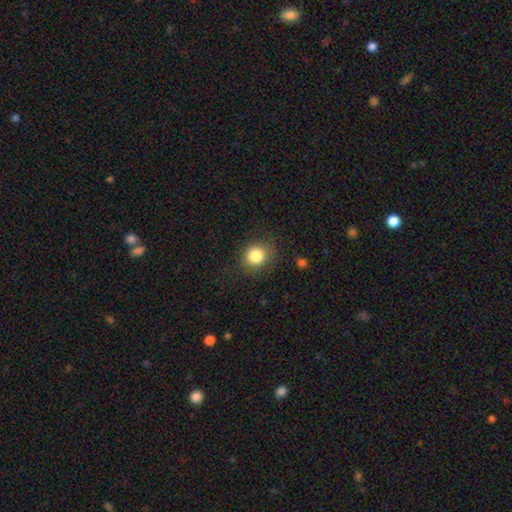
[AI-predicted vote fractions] Smooth or featured? smooth (84%)
How rounded? round (84%)
Merging? none (82%)